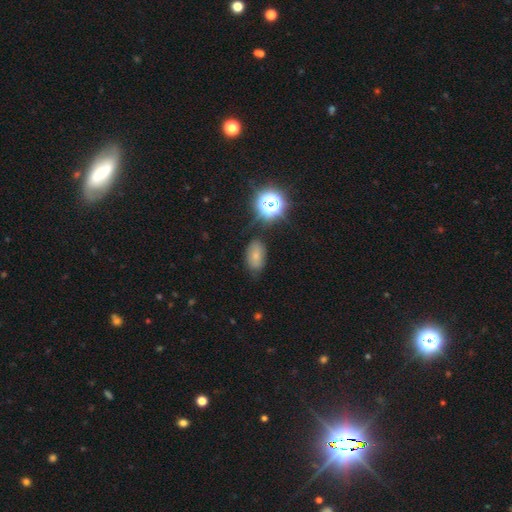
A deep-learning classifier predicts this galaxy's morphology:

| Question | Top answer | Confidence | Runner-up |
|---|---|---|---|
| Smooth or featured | smooth | 66% | star or artifact (18%) |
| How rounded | in between | 86% | round (12%) |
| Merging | none | 74% | minor disturbance (18%) |